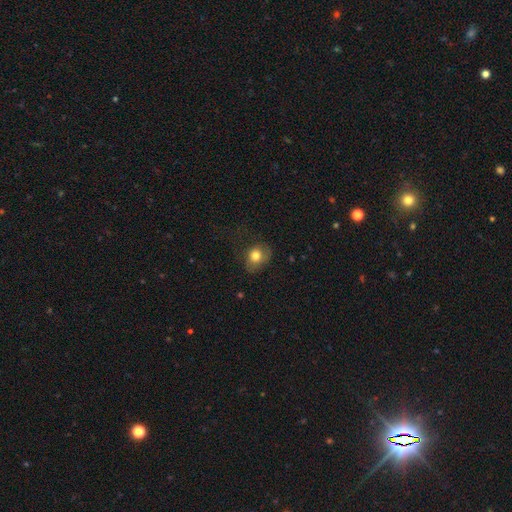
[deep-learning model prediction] This appears to be a smooth galaxy with no disk features (76%) that is round (53%). Merging: none (57%).